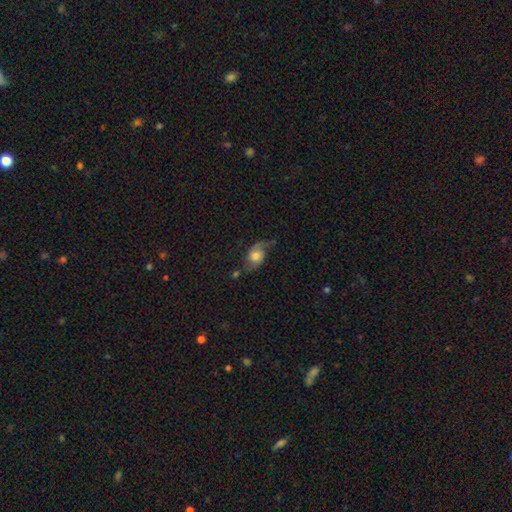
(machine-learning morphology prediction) Smooth or featured: featured or disk — 50% (smooth — 41%)
Merging: none — 50% (minor disturbance — 28%)